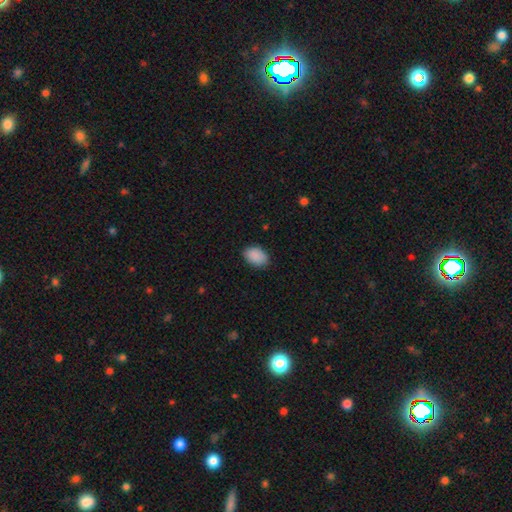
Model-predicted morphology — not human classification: This is clearly a smooth galaxy (90%). How rounded: clearly in between (86%). Merging: clearly none (84%).